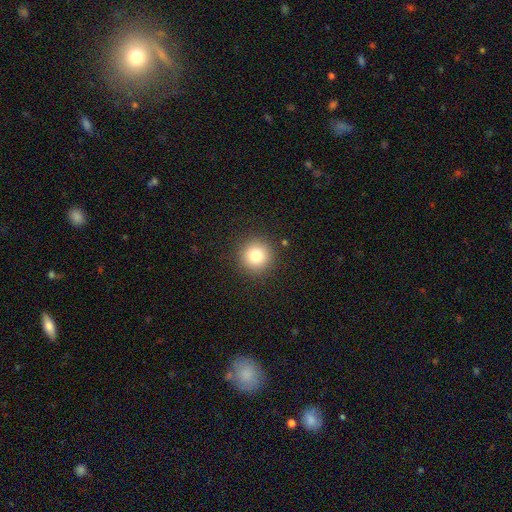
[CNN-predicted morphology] Smooth or featured? Predicted: smooth (p=0.80). How rounded? Predicted: round (p=0.95). Merging? Predicted: none (p=0.91).